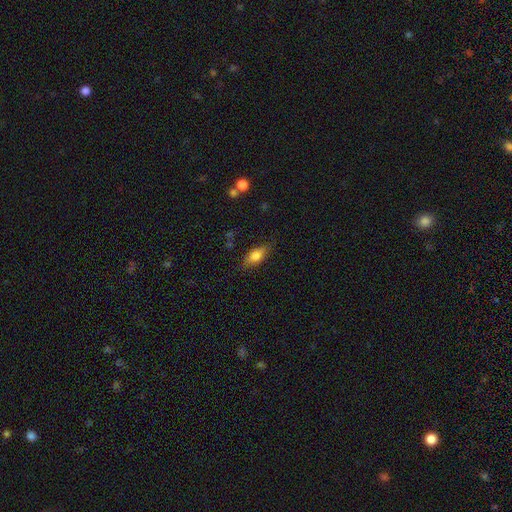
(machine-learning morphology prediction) Smooth or featured?
  - smooth: 68% *
  - featured or disk: 23%
  - star or artifact: 9%
How rounded?
  - in between: 76% *
  - cigar-shaped: 18%
  - round: 6%
Merging?
  - none: 79% *
  - minor disturbance: 16%
  - major disturbance: 4%
  - merger: 2%